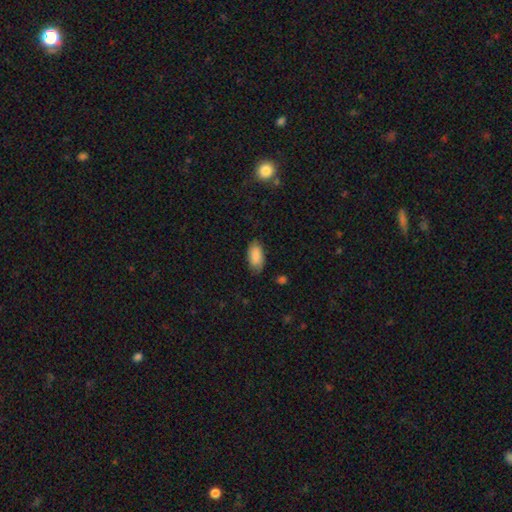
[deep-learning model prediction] A smooth galaxy with no disk features (85%) that is in between round and cigar-shaped (93%).

Vote fractions:
- Smooth or featured? smooth: 85% / featured or disk: 8% / star or artifact: 6%
- How rounded? in between: 93% / cigar-shaped: 5% / round: 3%
- Merging? none: 76% / minor disturbance: 19% / major disturbance: 4% / merger: 1%